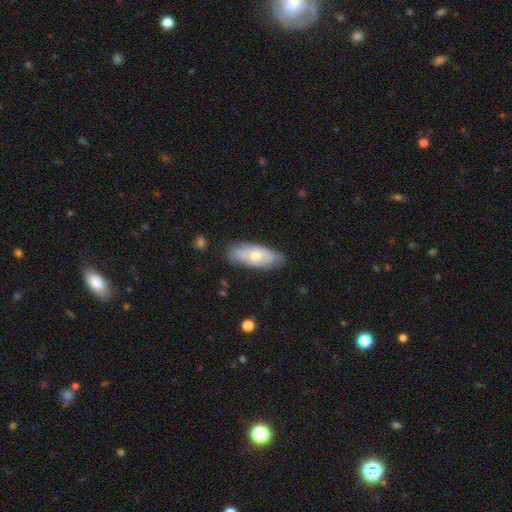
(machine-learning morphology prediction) Smooth or featured? Predicted: smooth (p=0.49). Merging? Predicted: none (p=0.75).